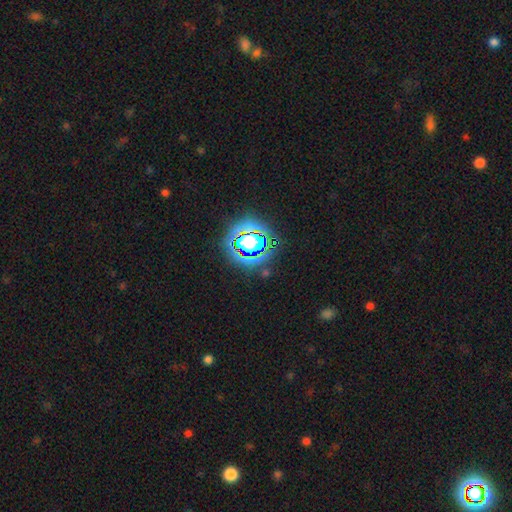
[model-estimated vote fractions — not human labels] A star or artifact, not a galaxy (80%).

Vote fractions:
- Smooth or featured? star or artifact: 80% / smooth: 13% / featured or disk: 7%